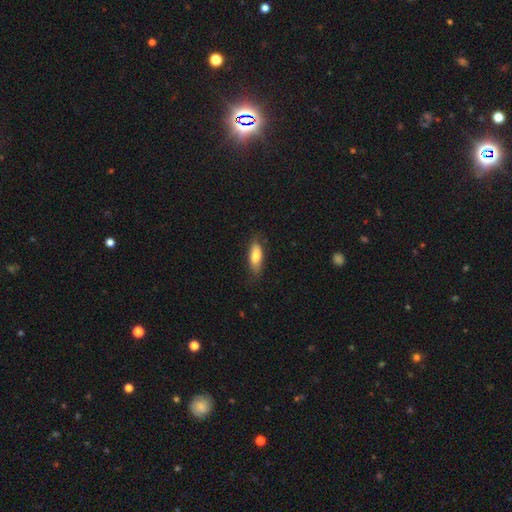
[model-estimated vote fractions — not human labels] smooth-or-featured: smooth: 78% | featured or disk: 16% | star or artifact: 6%
  how-rounded: in between: 69% | cigar-shaped: 28% | round: 2%
  merging: none: 74% | minor disturbance: 20% | major disturbance: 5% | merger: 1%